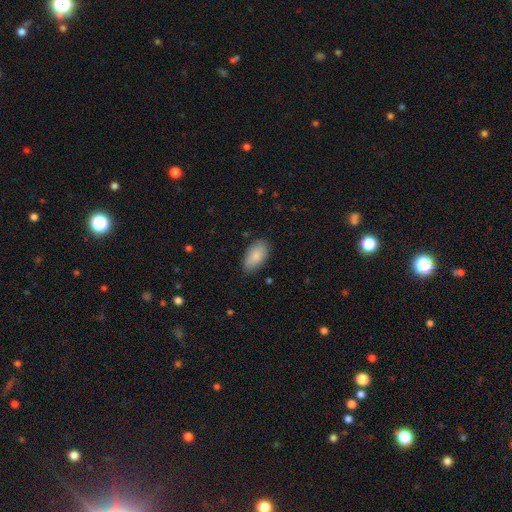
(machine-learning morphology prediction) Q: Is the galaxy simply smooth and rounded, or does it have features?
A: smooth — 86%.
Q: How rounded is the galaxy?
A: in between — 94%.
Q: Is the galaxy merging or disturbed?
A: none — 82%.